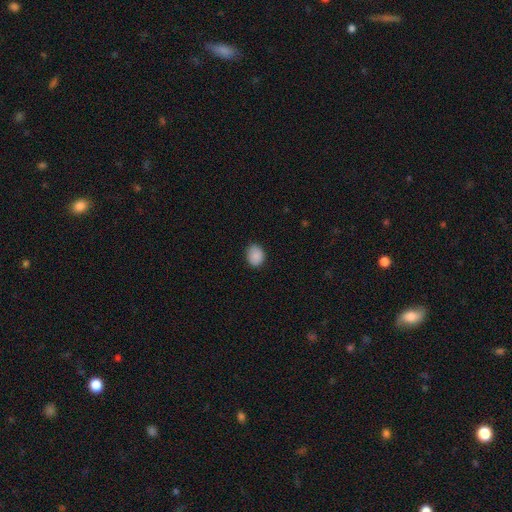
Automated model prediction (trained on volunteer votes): This is clearly a smooth galaxy (88%). How rounded: possibly in between (55%). Merging: clearly none (82%).